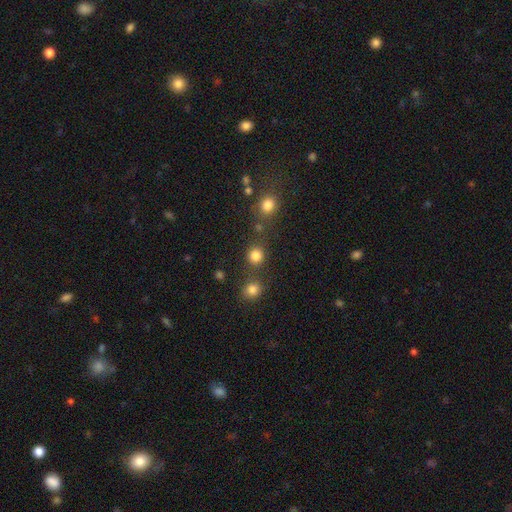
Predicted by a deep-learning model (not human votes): Smooth or featured? smooth (83%)
How rounded? round (90%)
Merging? none (73%)